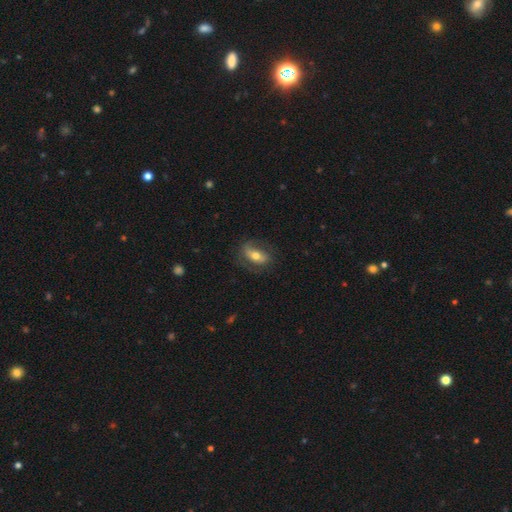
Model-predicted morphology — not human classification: type=smooth (50%); merging=none (69%).